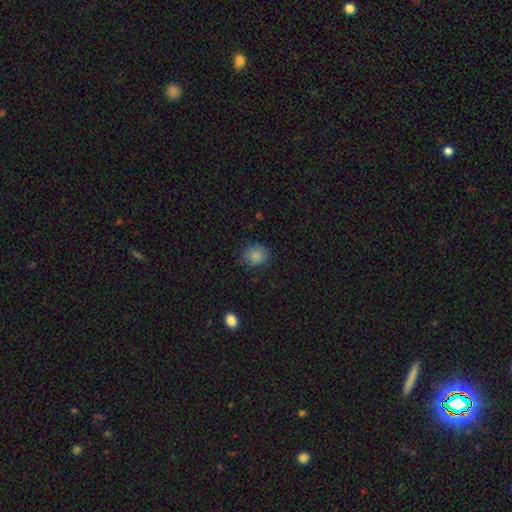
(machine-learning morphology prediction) Smooth or featured? Predicted: smooth (p=0.84). How rounded? Predicted: round (p=0.66). Merging? Predicted: none (p=0.79).